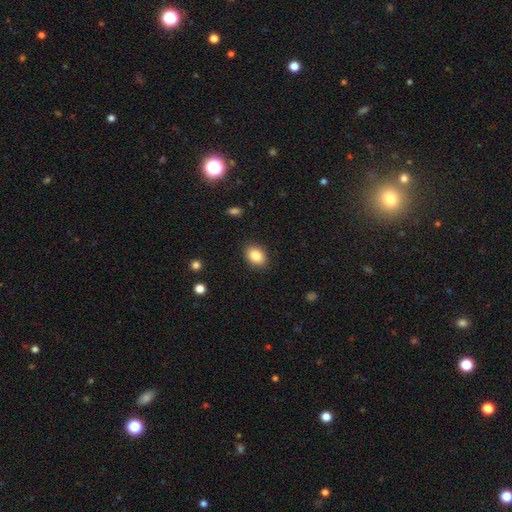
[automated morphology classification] Smooth or featured: smooth — 85% (star or artifact — 9%)
How rounded: in between — 69% (round — 30%)
Merging: none — 88% (minor disturbance — 9%)